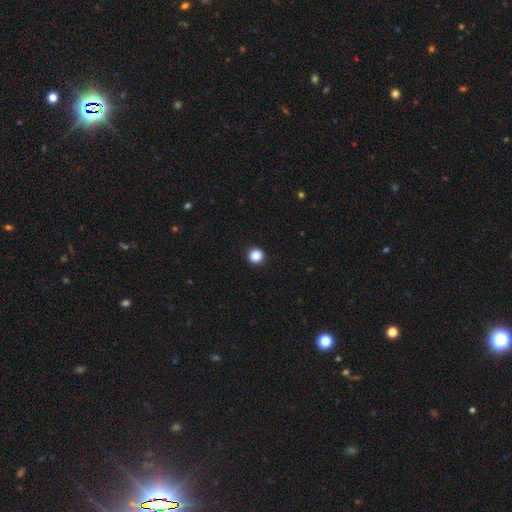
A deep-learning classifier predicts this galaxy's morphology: Smooth or featured?
  - smooth: 86% *
  - star or artifact: 11%
  - featured or disk: 3%
How rounded?
  - round: 96% *
  - in between: 3%
  - cigar-shaped: 1%
Merging?
  - none: 94% *
  - minor disturbance: 4%
  - major disturbance: 1%
  - merger: 1%